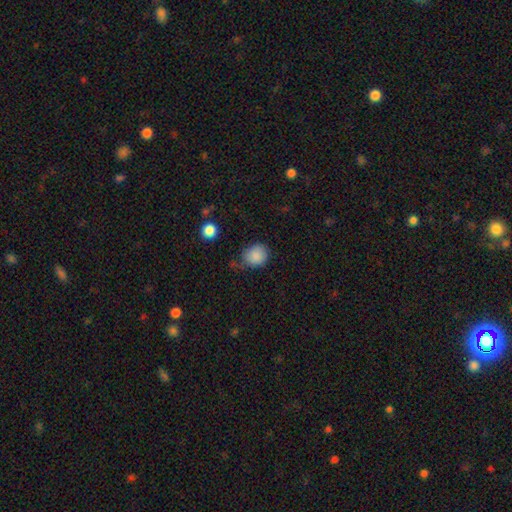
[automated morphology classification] This is clearly a smooth galaxy (87%). How rounded: likely round (76%). Merging: likely none (64%).